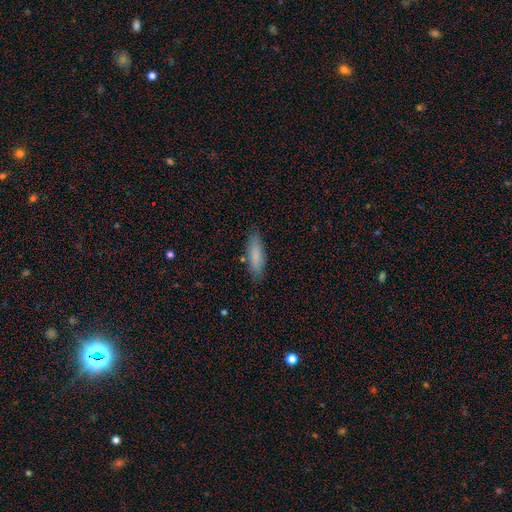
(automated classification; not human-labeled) smooth 82%, featured or disk 11%, star or artifact 6%. Down the decision tree: how rounded — cigar-shaped (60%); merging — none (85%).